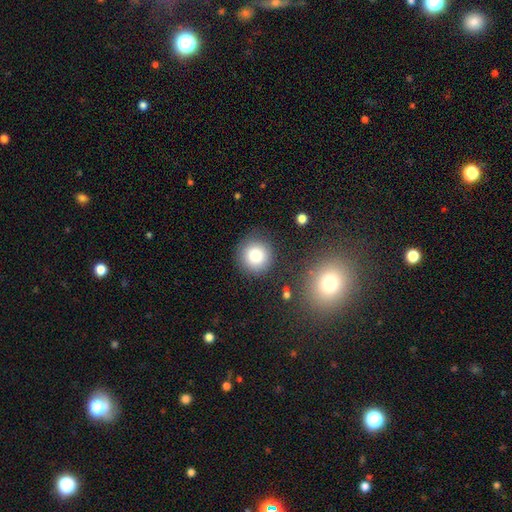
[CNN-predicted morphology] smooth-or-featured: smooth: 83% | star or artifact: 11% | featured or disk: 7%
  how-rounded: round: 93% | in between: 6% | cigar-shaped: 1%
  merging: none: 85% | minor disturbance: 9% | major disturbance: 3% | merger: 3%